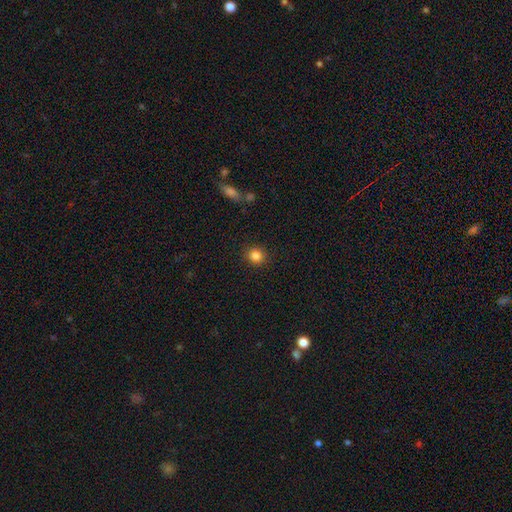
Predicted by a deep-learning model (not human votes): smooth 85%, star or artifact 11%, featured or disk 5%. Down the decision tree: how rounded — round (84%); merging — none (90%).